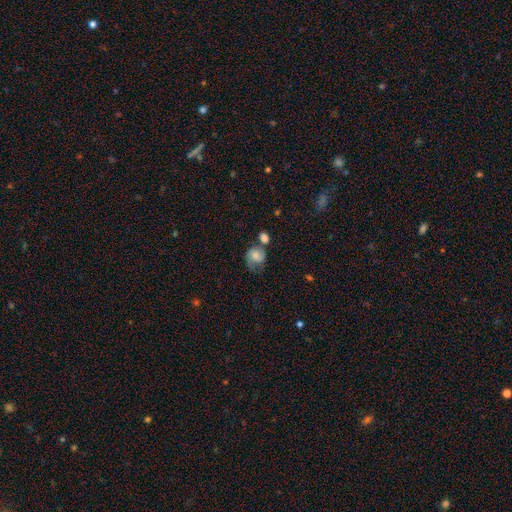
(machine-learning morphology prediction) type=smooth (53%); roundness=round (66%); merging=none (36%).